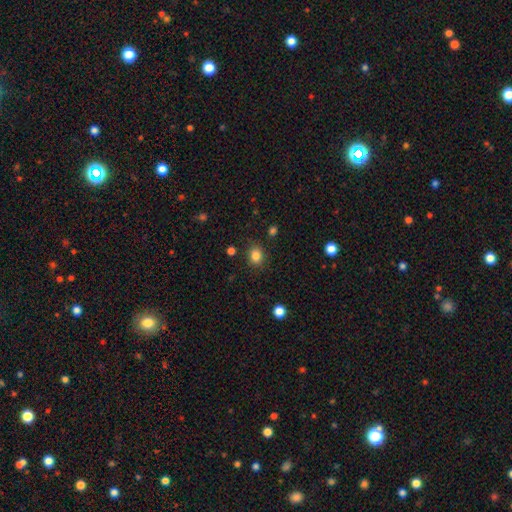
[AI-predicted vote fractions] A smooth galaxy with no disk features (84%) that is round (62%). Merging: none (86%).